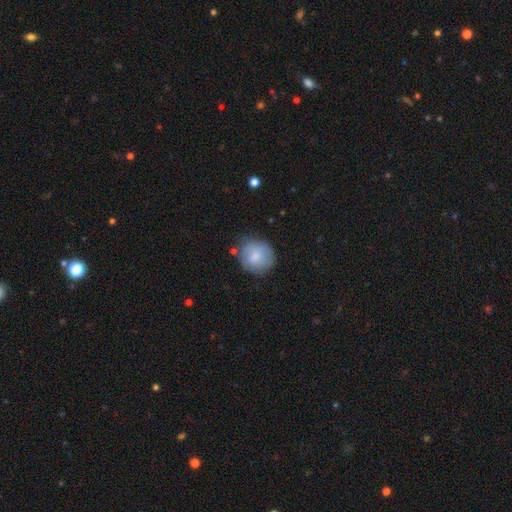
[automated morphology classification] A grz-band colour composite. It shows a smooth galaxy with no disk features (72%) that is round (80%). Merging: none (67%).